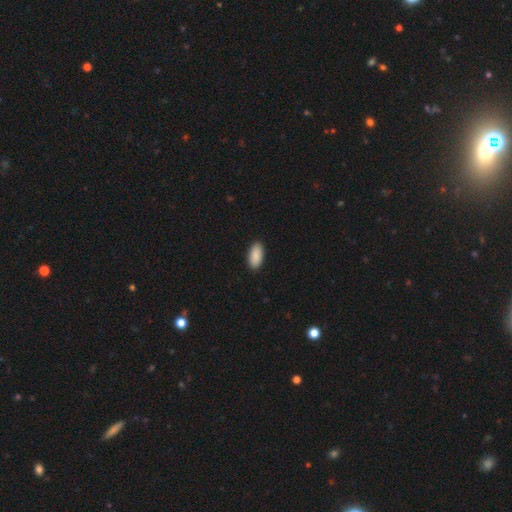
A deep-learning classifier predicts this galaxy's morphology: Smooth or featured: smooth — 91% (star or artifact — 6%)
How rounded: in between — 93% (cigar-shaped — 5%)
Merging: none — 90% (minor disturbance — 7%)